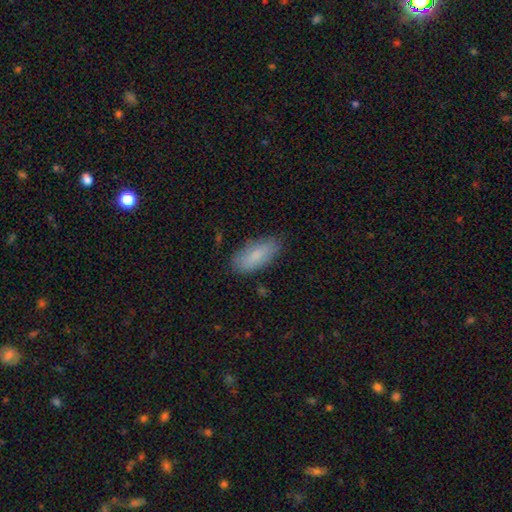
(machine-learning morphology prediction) The model was most divided on "merging": none: 80%, minor disturbance: 16%, major disturbance: 3%, merger: 1%. More confident: how rounded — in between (84%); smooth or featured — smooth (82%).